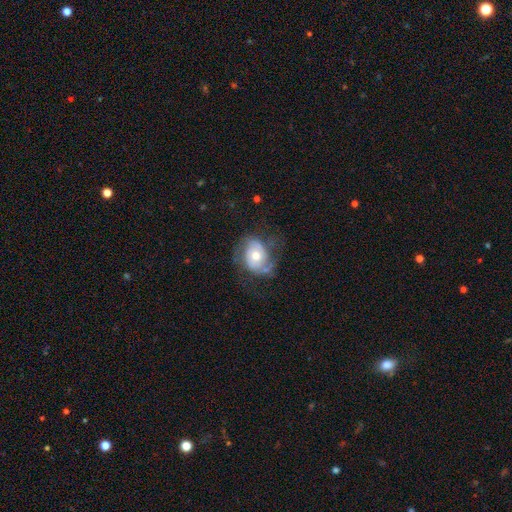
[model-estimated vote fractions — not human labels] Smooth or featured: featured or disk — 63% (smooth — 30%)
Edge-on disk: no — 96% (yes — 4%)
Bar: no — 75% (weak — 20%)
Spiral arms: yes — 72% (no — 28%)
Bulge size: moderate — 69% (small — 22%)
Merging: none — 51% (minor disturbance — 26%)